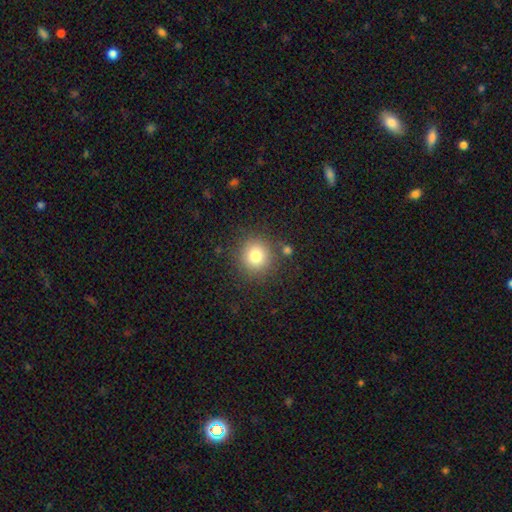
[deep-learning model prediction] smooth_or_featured: smooth (p=0.79) [alt: star or artifact p=0.12]
how_rounded: round (p=0.92) [alt: in between p=0.07]
merging: none (p=0.84) [alt: minor disturbance p=0.09]